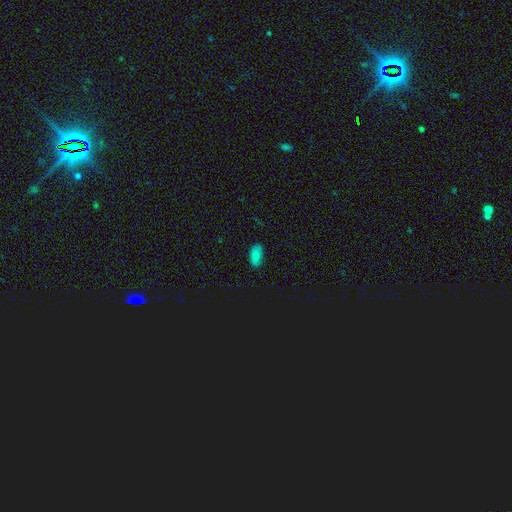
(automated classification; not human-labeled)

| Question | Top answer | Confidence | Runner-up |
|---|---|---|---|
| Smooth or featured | smooth | 78% | star or artifact (14%) |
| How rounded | in between | 93% | round (4%) |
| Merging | none | 82% | minor disturbance (14%) |